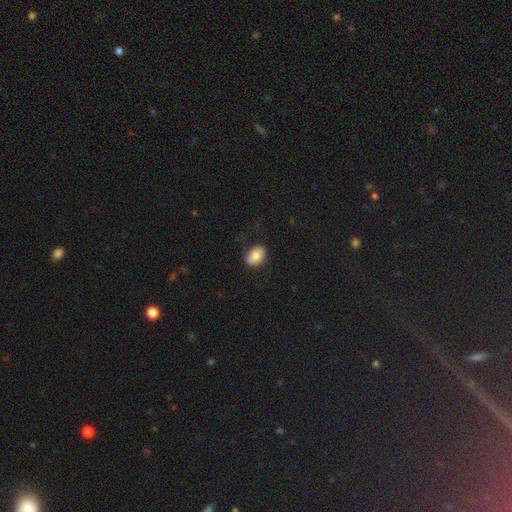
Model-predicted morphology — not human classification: smooth_or_featured: smooth (p=0.79) [alt: featured or disk p=0.13]
how_rounded: in between (p=0.71) [alt: round p=0.27]
merging: none (p=0.74) [alt: minor disturbance p=0.19]